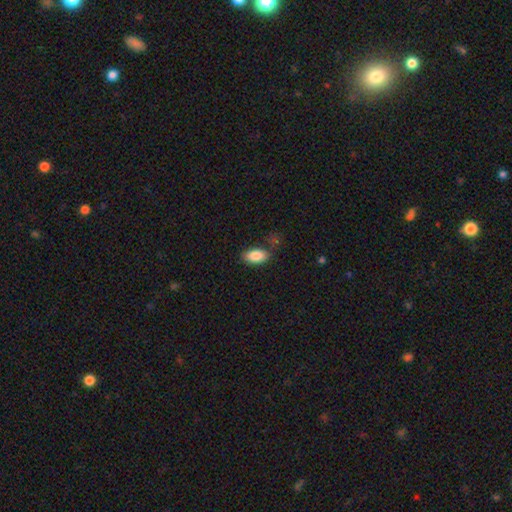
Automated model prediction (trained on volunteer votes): Smooth or featured? Predicted: smooth (p=0.86). How rounded? Predicted: in between (p=0.92). Merging? Predicted: none (p=0.76).